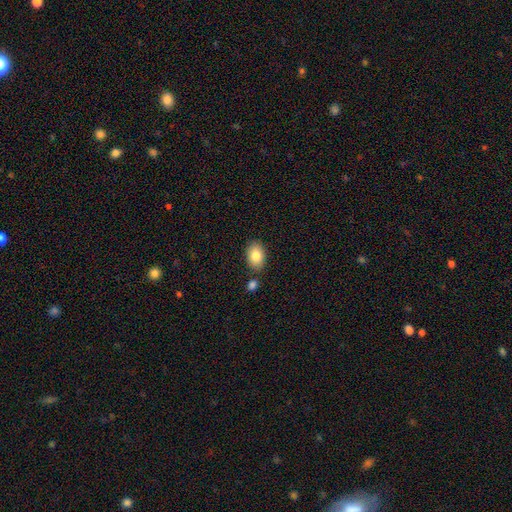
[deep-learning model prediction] The model was most divided on "merging": none: 79%, minor disturbance: 11%, merger: 7%, major disturbance: 2%. More confident: how rounded — in between (86%); smooth or featured — smooth (84%).